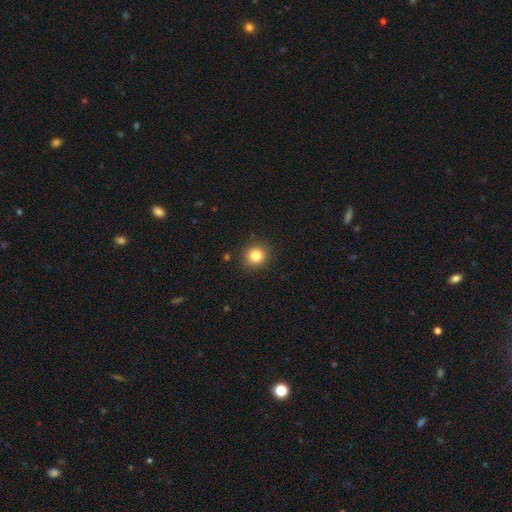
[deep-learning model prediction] smooth-or-featured: smooth: 83% | star or artifact: 11% | featured or disk: 6%
  how-rounded: round: 86% | in between: 13% | cigar-shaped: 1%
  merging: none: 89% | minor disturbance: 8% | major disturbance: 2% | merger: 1%